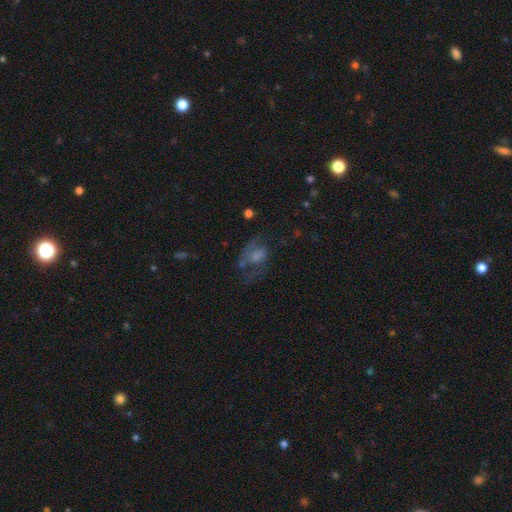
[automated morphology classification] Q: Smooth or featured?
A: featured or disk (47%); runner-up: smooth (39%)
Q: Merging?
A: major disturbance (43%); runner-up: none (33%)